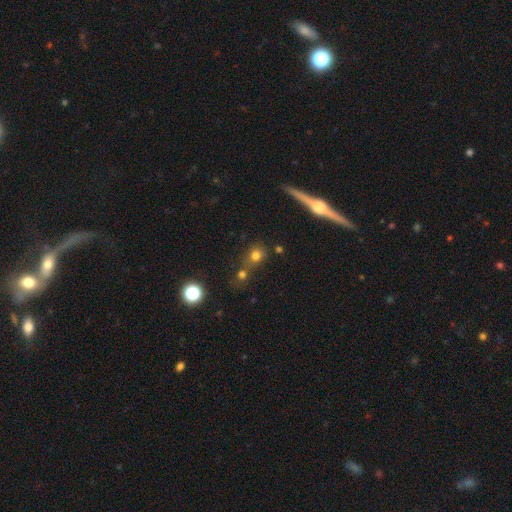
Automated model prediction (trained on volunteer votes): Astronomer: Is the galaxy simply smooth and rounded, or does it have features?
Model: smooth — 71%.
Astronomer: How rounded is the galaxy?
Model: round — 77%.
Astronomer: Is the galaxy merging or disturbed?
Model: none — 56%.